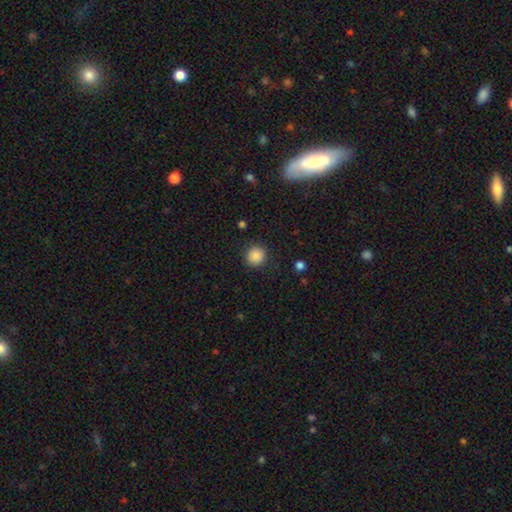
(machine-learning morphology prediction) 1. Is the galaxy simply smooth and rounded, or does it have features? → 87% smooth, 10% star or artifact, 3% featured or disk.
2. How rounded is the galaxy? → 92% round, 7% in between, 1% cigar-shaped.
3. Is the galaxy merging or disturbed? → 90% none, 6% minor disturbance, 3% major disturbance, 1% merger.